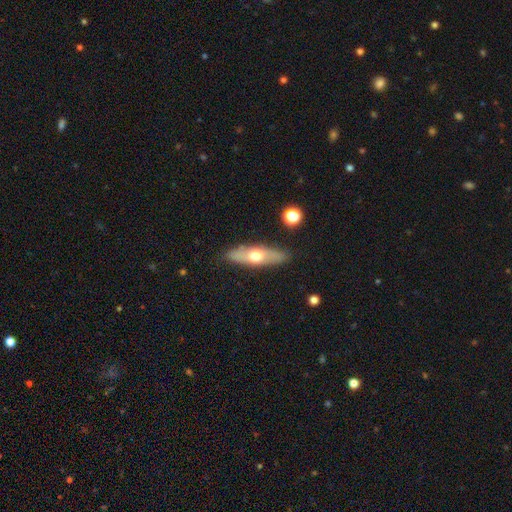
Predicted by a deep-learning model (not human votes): Smooth or featured? Predicted: smooth (p=0.50). Merging? Predicted: none (p=0.85).